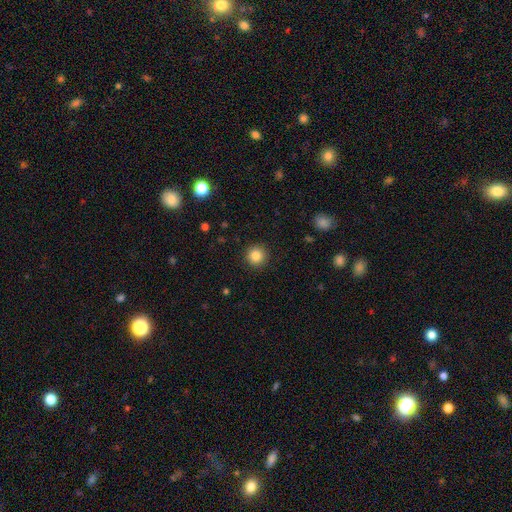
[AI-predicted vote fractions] Smooth or featured: smooth — 85% (star or artifact — 10%)
How rounded: round — 95% (in between — 4%)
Merging: none — 92% (minor disturbance — 5%)